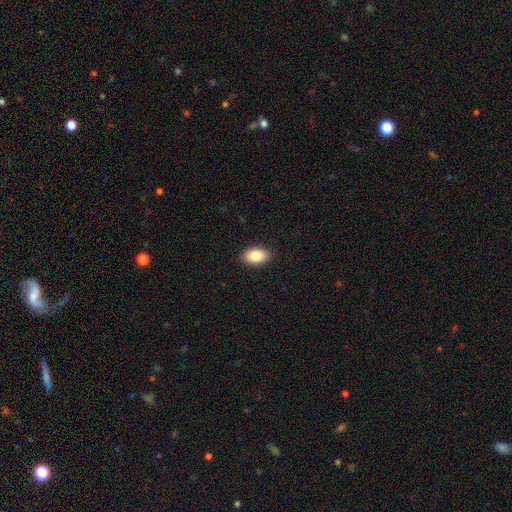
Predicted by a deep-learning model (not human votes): Q: Smooth or featured?
A: smooth (85%); runner-up: featured or disk (8%)
Q: How rounded?
A: in between (92%); runner-up: round (6%)
Q: Merging?
A: none (90%); runner-up: minor disturbance (8%)